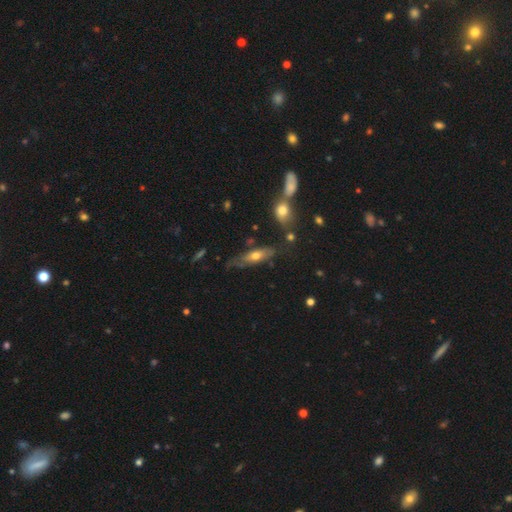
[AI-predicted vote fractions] A smooth galaxy with no disk features (50%) that is in between round and cigar-shaped (49%). Merging: none (53%).